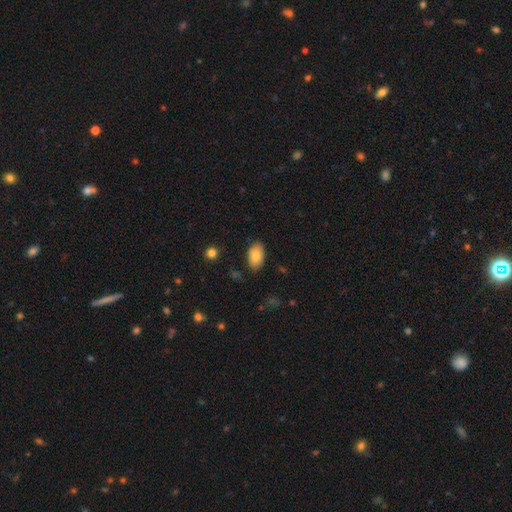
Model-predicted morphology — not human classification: This is clearly a smooth galaxy (83%). How rounded: clearly in between (93%). Merging: clearly none (82%).